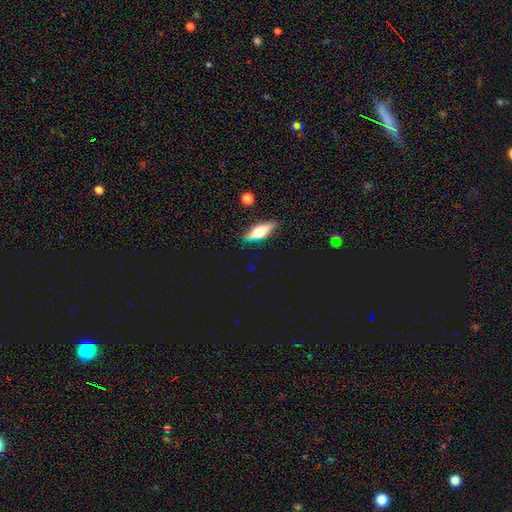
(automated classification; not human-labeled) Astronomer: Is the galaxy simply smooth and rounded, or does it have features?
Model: featured or disk — 44% (runner-up: smooth, 41%).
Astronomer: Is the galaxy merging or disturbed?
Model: none — 81%.